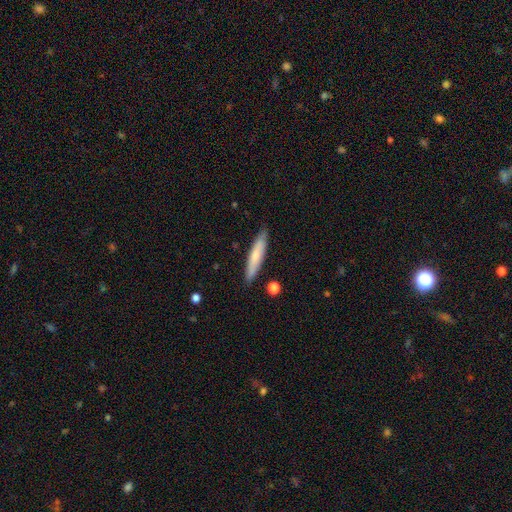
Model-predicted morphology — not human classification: Smooth or featured? Predicted: smooth (p=0.68). How rounded? Predicted: cigar-shaped (p=0.89). Merging? Predicted: none (p=0.86).